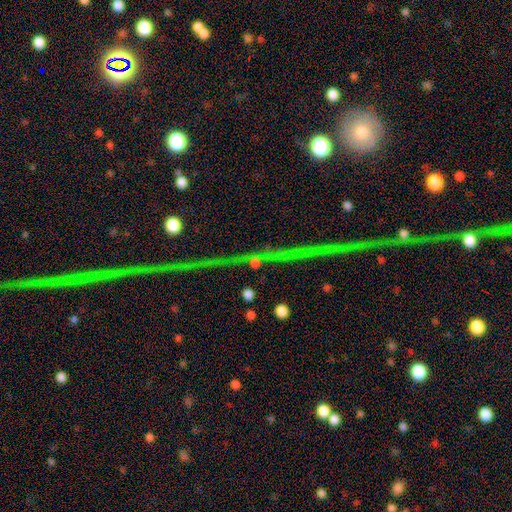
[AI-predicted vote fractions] Smooth or featured: star or artifact — 70% (featured or disk — 18%)